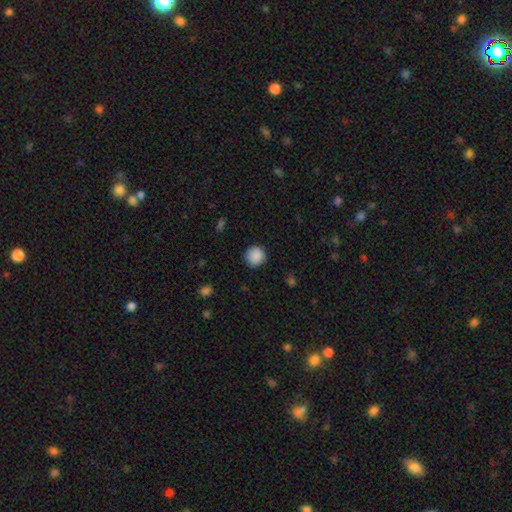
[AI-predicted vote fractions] Q: Smooth or featured?
A: smooth (89%); runner-up: star or artifact (9%)
Q: How rounded?
A: round (94%); runner-up: in between (5%)
Q: Merging?
A: none (90%); runner-up: minor disturbance (7%)